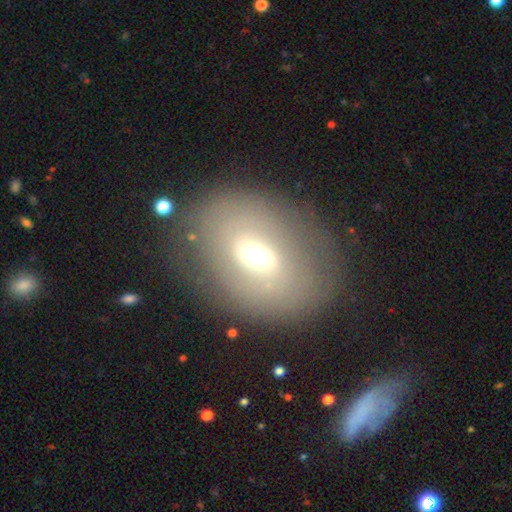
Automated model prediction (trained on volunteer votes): A smooth galaxy with no disk features (49%). Merging: none (77%).